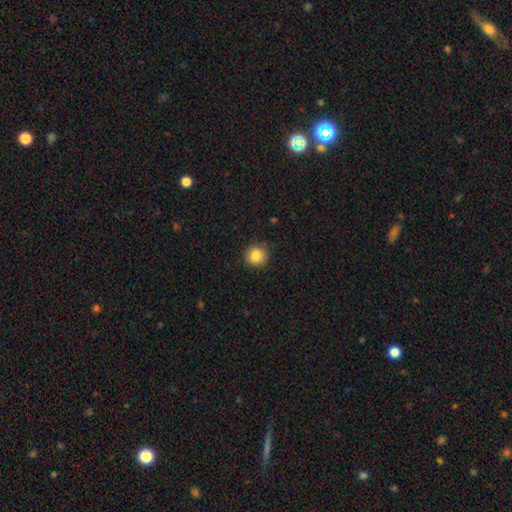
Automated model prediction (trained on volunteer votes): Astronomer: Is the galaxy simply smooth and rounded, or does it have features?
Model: smooth — 86%.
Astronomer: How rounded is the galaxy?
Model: round — 92%.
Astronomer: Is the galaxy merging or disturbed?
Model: none — 89%.